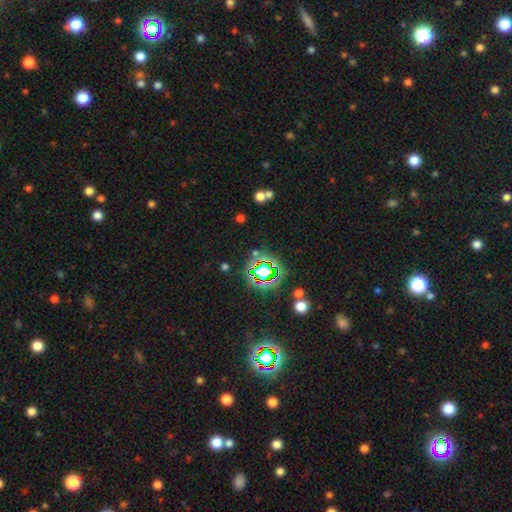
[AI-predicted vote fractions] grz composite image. It shows a star or artifact, not a galaxy (75%).